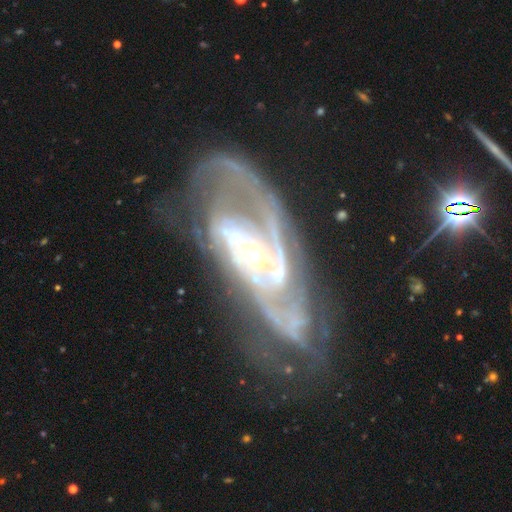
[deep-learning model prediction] The model was most divided on "spiral winding" (2-way tie): medium: 42%, tight: 42%, loose: 15%. Remaining: spiral arms — yes (95%); edge-on disk — no (94%); smooth or featured — featured or disk (89%); bar — no (62%); spiral arm count — 2 (50%); merging — none (48%); bulge size — small (48%).